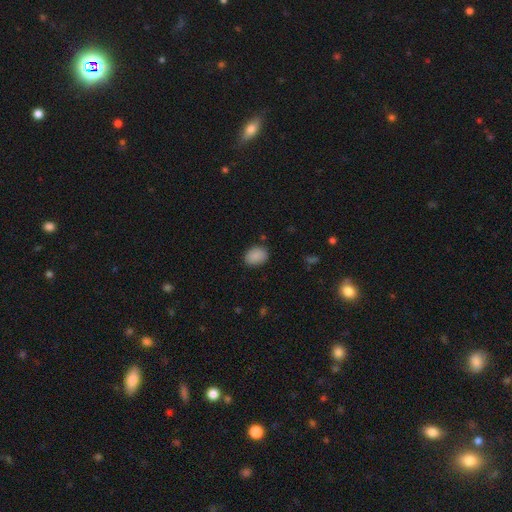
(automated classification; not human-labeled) This appears to be a smooth galaxy with no disk features (88%) that is in between round and cigar-shaped (72%). Merging: none (83%).